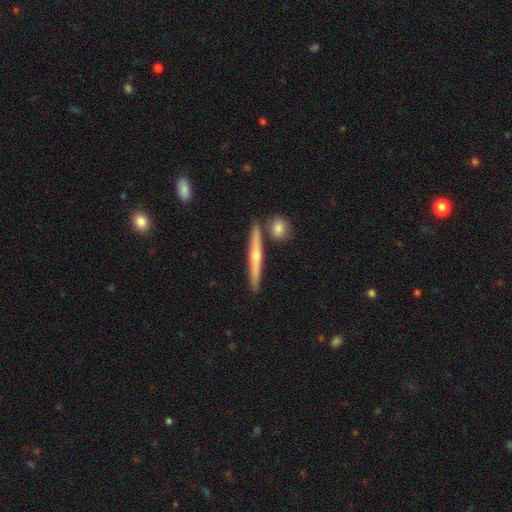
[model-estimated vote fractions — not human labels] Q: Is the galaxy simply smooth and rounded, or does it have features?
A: featured or disk — 59%.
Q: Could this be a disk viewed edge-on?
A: yes — 96%.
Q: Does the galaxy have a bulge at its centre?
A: rounded — 75%.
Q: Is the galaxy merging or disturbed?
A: none — 82%.